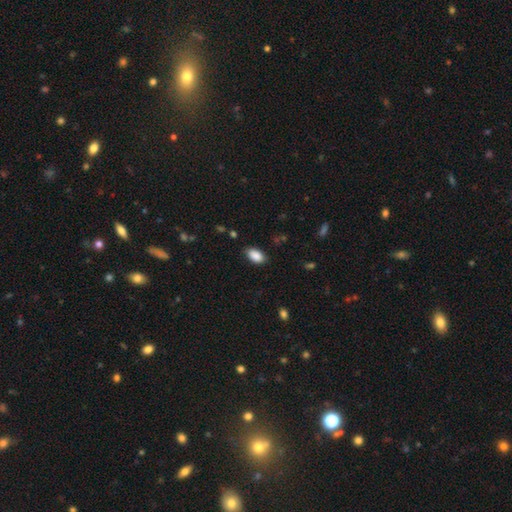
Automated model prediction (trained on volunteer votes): This appears to be a smooth galaxy with no disk features (89%) that is in between round and cigar-shaped (93%). Merging: none (83%).